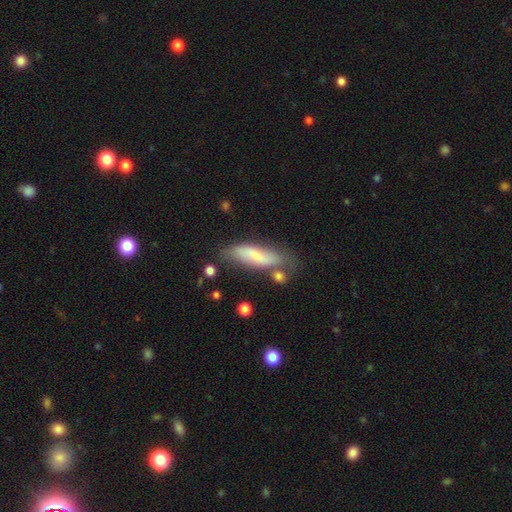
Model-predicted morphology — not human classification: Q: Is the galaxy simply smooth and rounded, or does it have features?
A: smooth — 63%.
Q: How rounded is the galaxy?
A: cigar-shaped — 53%.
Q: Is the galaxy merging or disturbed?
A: none — 60%.